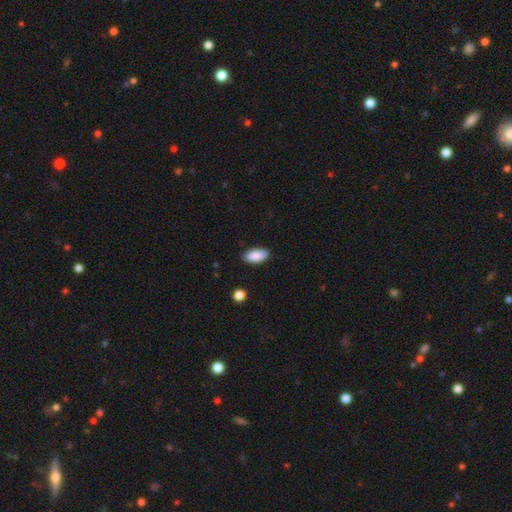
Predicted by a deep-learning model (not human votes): A smooth galaxy with no disk features (89%) that is in between round and cigar-shaped (91%). Merging: none (86%).